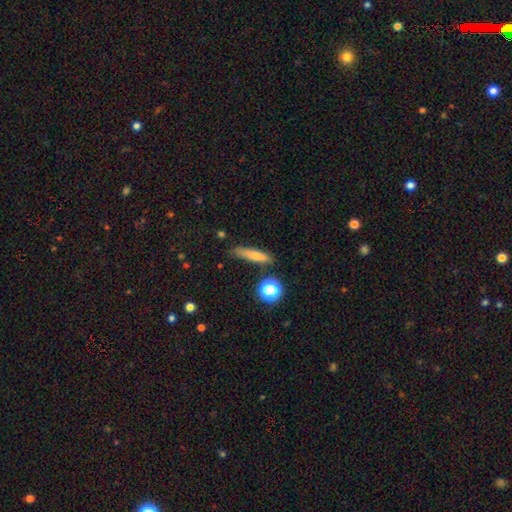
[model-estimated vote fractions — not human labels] This appears to be a smooth galaxy with no disk features (67%) that is cigar-shaped (81%). Merging: none (77%).